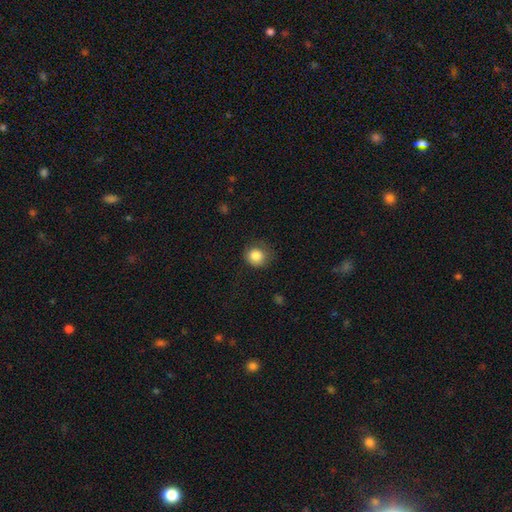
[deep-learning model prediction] A smooth galaxy with no disk features (84%) that is round (86%). Merging: none (70%).